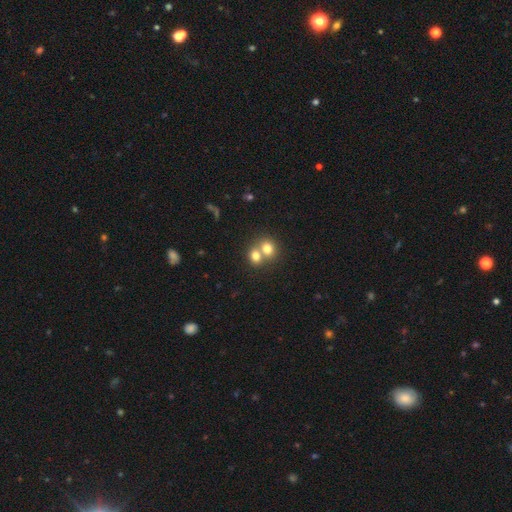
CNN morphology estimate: A smooth galaxy with no disk features (75%) that is round (69%).

Vote fractions:
- Smooth or featured? smooth: 75% / featured or disk: 13% / star or artifact: 11%
- How rounded? round: 69% / in between: 30% / cigar-shaped: 1%
- Merging? merger: 61% / none: 32% / minor disturbance: 5% / major disturbance: 2%